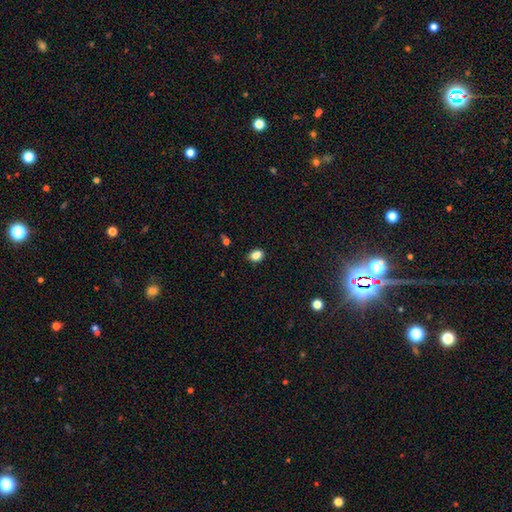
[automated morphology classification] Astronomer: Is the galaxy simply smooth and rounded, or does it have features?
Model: smooth — 84%.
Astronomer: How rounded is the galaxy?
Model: in between — 63%.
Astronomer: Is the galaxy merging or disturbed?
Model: none — 81%.